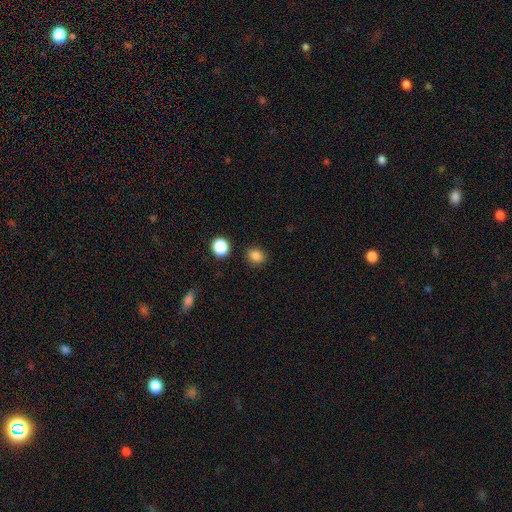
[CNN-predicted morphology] This appears to be a smooth galaxy with no disk features (84%) that is round (57%). Merging: none (86%).